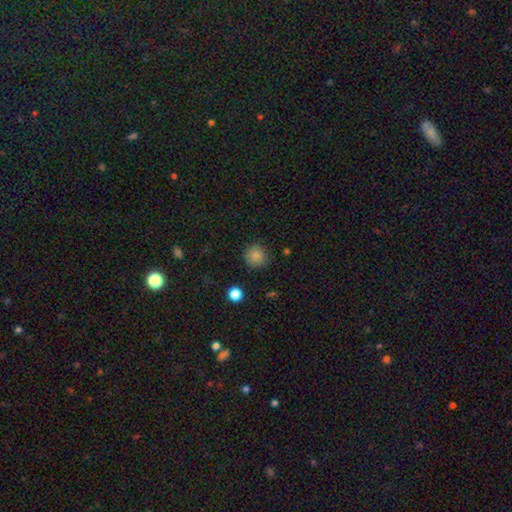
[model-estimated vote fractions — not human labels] This appears to be a smooth galaxy with no disk features (86%) that is round (91%). Merging: none (86%).